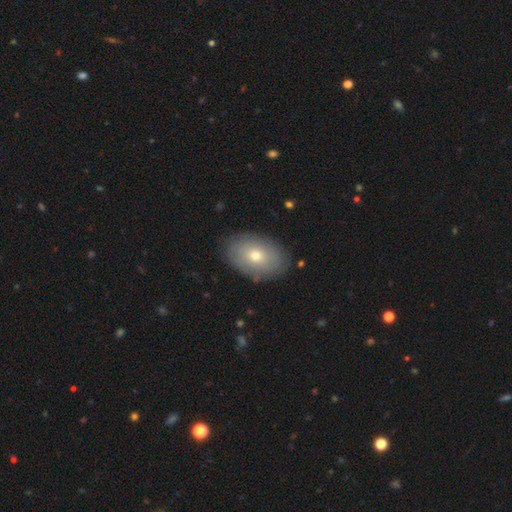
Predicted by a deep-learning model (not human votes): Overall: smooth (68%). How rounded: in between (86%). Merging: none (85%).